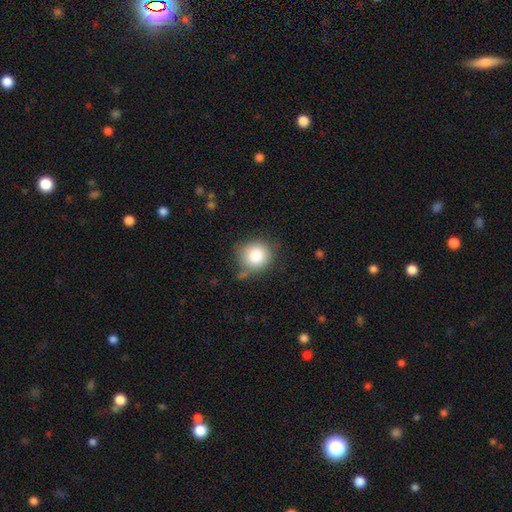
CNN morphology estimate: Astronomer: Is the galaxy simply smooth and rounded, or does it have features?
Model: smooth — 84%.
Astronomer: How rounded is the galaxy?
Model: round — 87%.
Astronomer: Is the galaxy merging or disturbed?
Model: none — 69%.